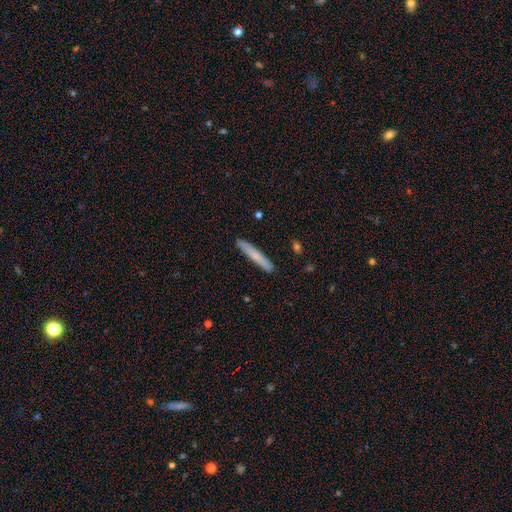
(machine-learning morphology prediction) Smooth or featured?
  - smooth: 67% *
  - featured or disk: 27%
  - star or artifact: 6%
How rounded?
  - cigar-shaped: 95% *
  - in between: 4%
  - round: 1%
Merging?
  - none: 90% *
  - minor disturbance: 8%
  - major disturbance: 1%
  - merger: 1%